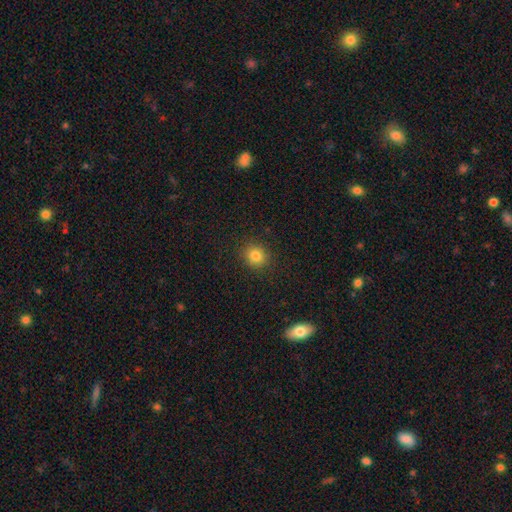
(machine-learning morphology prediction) Smooth or featured?
  - smooth: 82% *
  - star or artifact: 12%
  - featured or disk: 6%
How rounded?
  - round: 81% *
  - in between: 18%
  - cigar-shaped: 1%
Merging?
  - none: 90% *
  - minor disturbance: 7%
  - major disturbance: 2%
  - merger: 1%